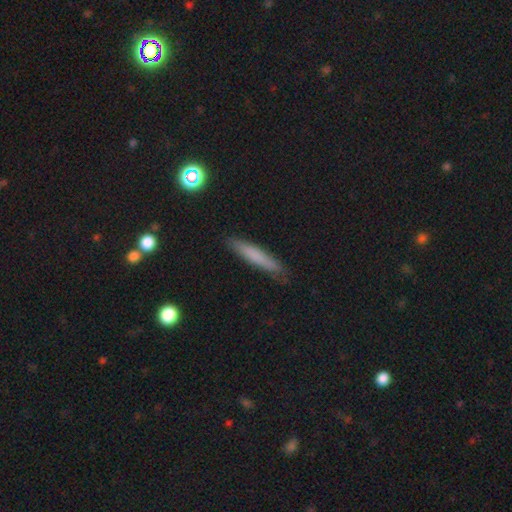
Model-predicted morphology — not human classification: Smooth or featured? Predicted: smooth (p=0.72). How rounded? Predicted: cigar-shaped (p=0.91). Merging? Predicted: none (p=0.85).